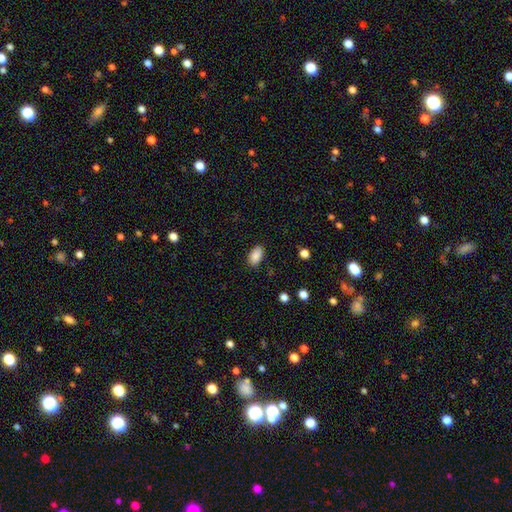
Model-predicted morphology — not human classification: smooth-or-featured: smooth: 89% | star or artifact: 8% | featured or disk: 4%
  how-rounded: in between: 93% | round: 4% | cigar-shaped: 3%
  merging: none: 87% | minor disturbance: 10% | major disturbance: 2% | merger: 1%